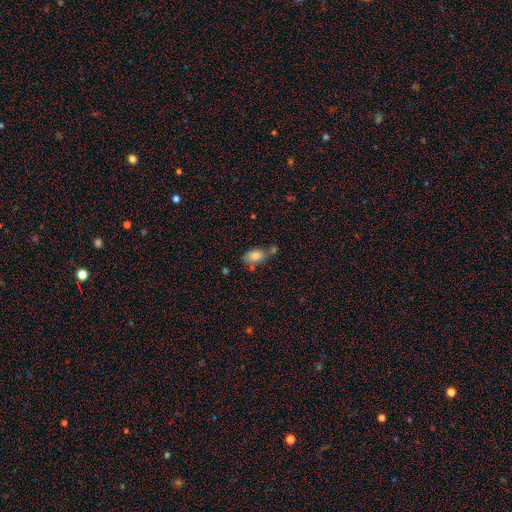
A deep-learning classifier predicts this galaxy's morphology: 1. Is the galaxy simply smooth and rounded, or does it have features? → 81% smooth, 10% featured or disk, 8% star or artifact.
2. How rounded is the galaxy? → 89% in between, 7% round, 3% cigar-shaped.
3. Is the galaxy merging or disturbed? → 49% none, 23% minor disturbance, 21% merger, 7% major disturbance.